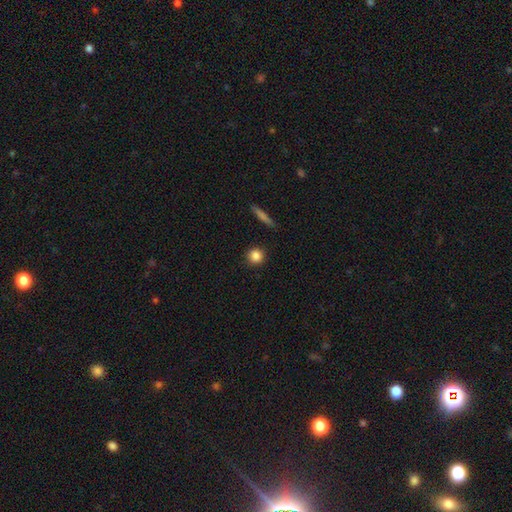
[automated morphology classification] type=smooth (85%); roundness=round (91%); merging=none (90%).